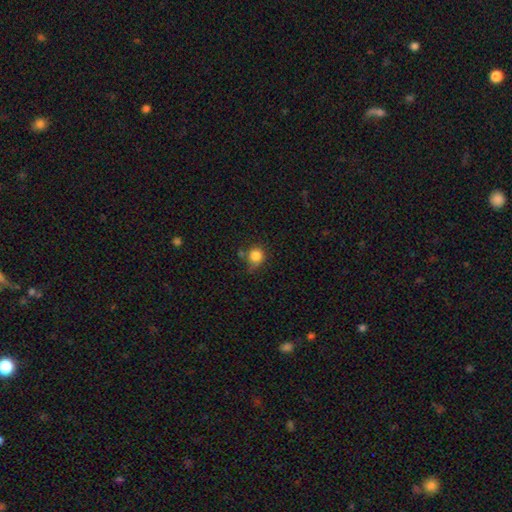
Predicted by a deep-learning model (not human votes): smooth 84%, star or artifact 10%, featured or disk 6%. Down the decision tree: how rounded — round (85%); merging — none (60%).